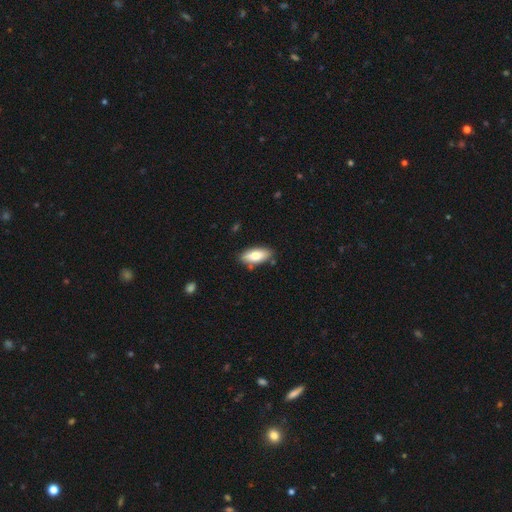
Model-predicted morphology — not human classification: Smooth or featured? smooth (78%)
How rounded? in between (84%)
Merging? none (83%)